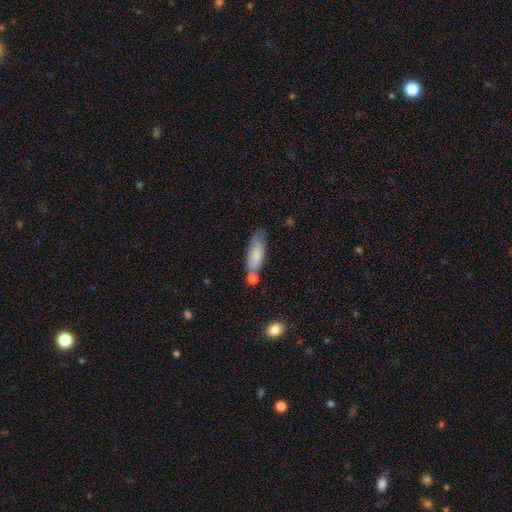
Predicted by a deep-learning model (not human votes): smooth-or-featured: smooth: 77% | featured or disk: 16% | star or artifact: 7%
  how-rounded: in between: 64% | cigar-shaped: 34% | round: 2%
  merging: none: 46% | minor disturbance: 24% | merger: 22% | major disturbance: 9%